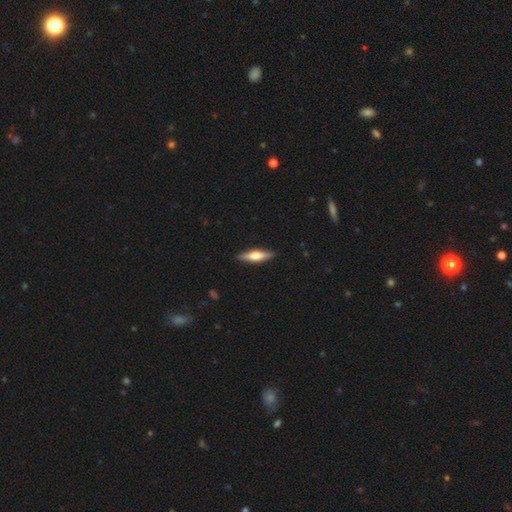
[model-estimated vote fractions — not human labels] featured or disk 52%, smooth 42%, star or artifact 5%. Down the decision tree: edge-on disk — yes (94%); merging — none (90%).